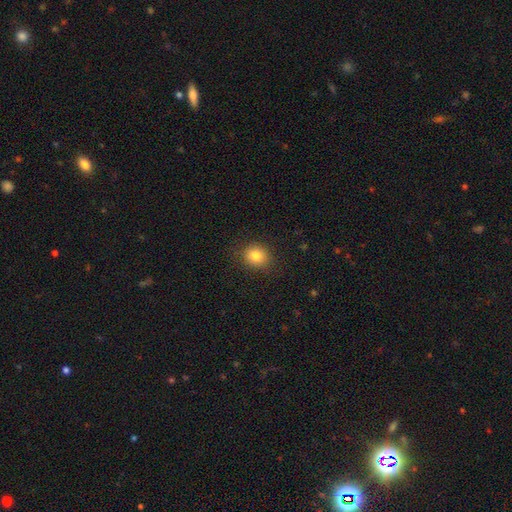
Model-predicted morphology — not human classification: A smooth galaxy with no disk features (84%) that is round (71%).

Vote fractions:
- Smooth or featured? smooth: 84% / star or artifact: 10% / featured or disk: 6%
- How rounded? round: 71% / in between: 28% / cigar-shaped: 1%
- Merging? none: 86% / minor disturbance: 10% / major disturbance: 3% / merger: 1%